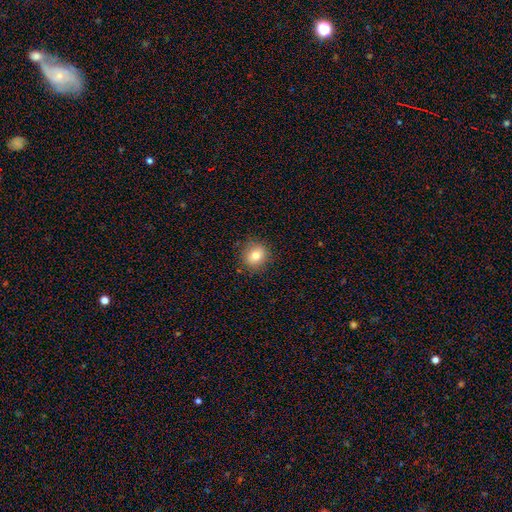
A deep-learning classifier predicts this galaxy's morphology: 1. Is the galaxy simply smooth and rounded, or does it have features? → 79% smooth, 11% star or artifact, 10% featured or disk.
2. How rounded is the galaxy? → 82% round, 18% in between, 1% cigar-shaped.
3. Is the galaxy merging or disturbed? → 87% none, 9% minor disturbance, 3% major disturbance, 1% merger.